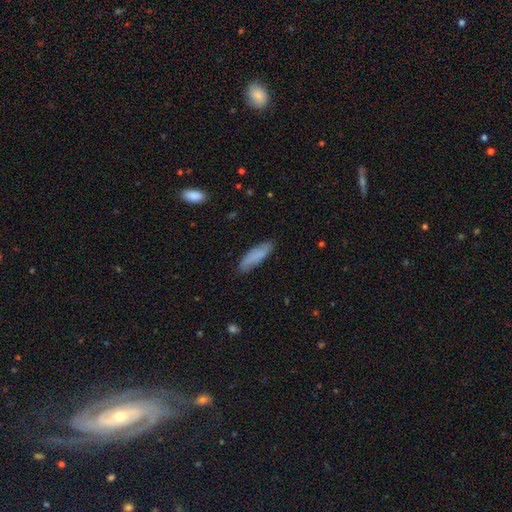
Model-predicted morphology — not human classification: type=smooth (79%); roundness=cigar-shaped (56%); merging=none (82%).